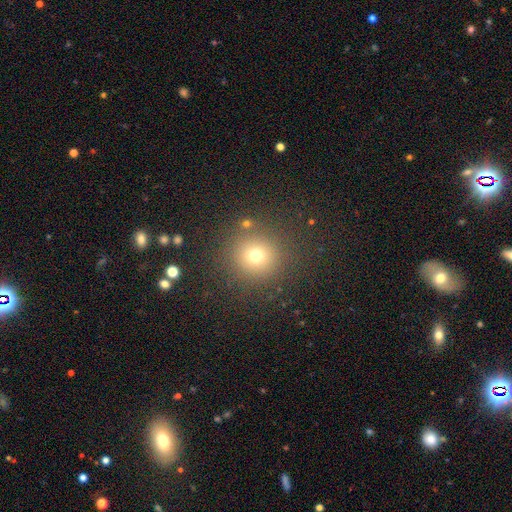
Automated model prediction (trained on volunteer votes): This is likely a smooth galaxy (72%). How rounded: clearly round (93%). Merging: clearly none (86%).